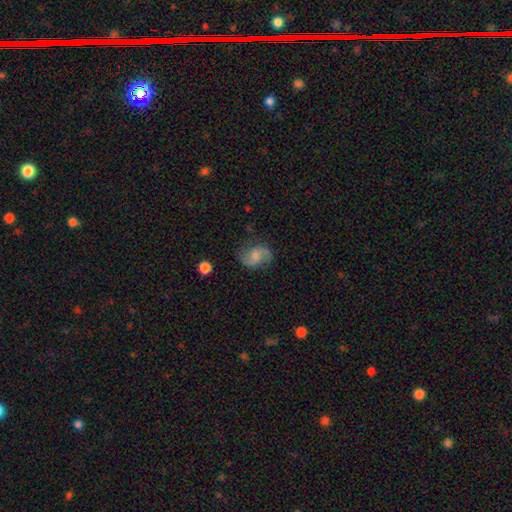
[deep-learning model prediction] The model was most divided on "bar": no: 49%, weak: 42%, strong: 9%. Remaining: edge-on disk — no (98%); spiral arms — yes (91%); spiral arm count — 2 (89%); merging — none (69%); smooth or featured — featured or disk (58%); spiral winding — loose (54%); bulge size — none (37%).